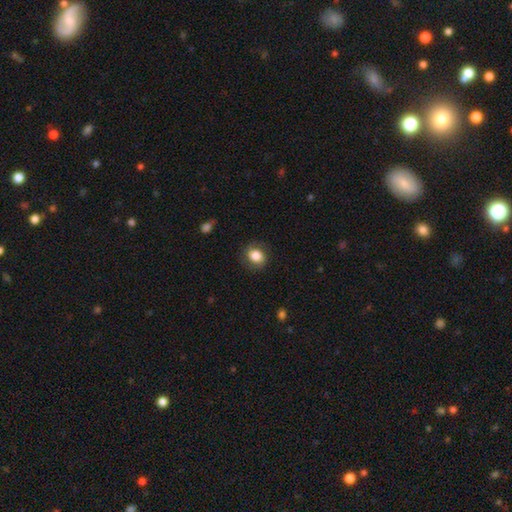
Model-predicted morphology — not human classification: This appears to be a smooth galaxy with no disk features (78%) that is round (50%). Merging: none (78%).